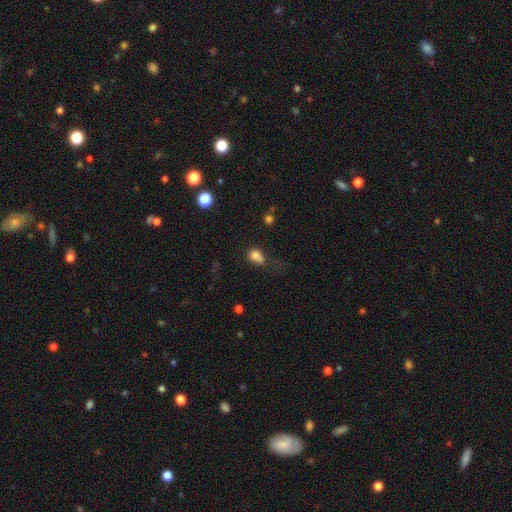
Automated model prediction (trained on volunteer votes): smooth-or-featured: smooth: 76% | star or artifact: 13% | featured or disk: 11%
  how-rounded: round: 51% | in between: 47% | cigar-shaped: 2%
  merging: none: 32% | merger: 28% | minor disturbance: 23% | major disturbance: 18%